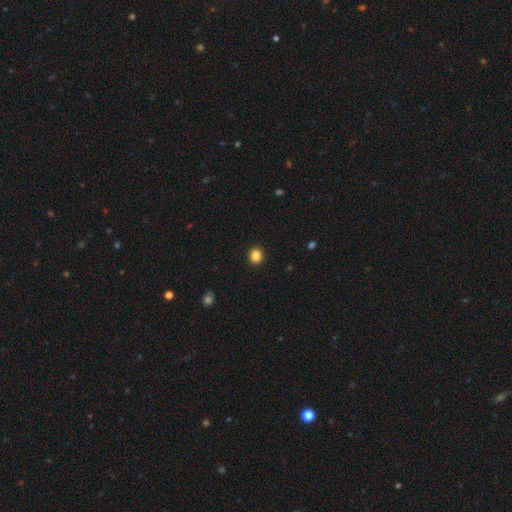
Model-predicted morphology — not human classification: Smooth or featured: smooth — 85% (star or artifact — 11%)
How rounded: round — 83% (in between — 16%)
Merging: none — 92% (minor disturbance — 5%)